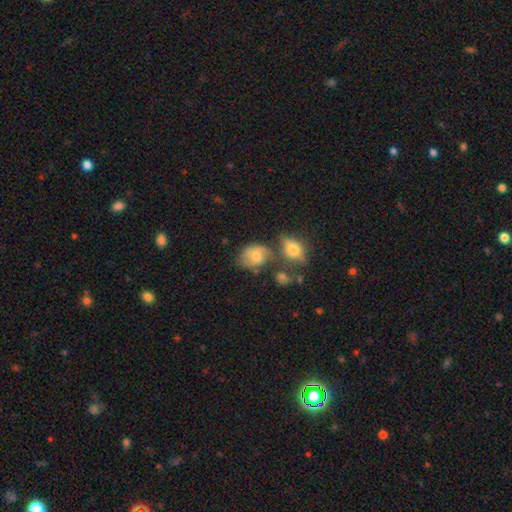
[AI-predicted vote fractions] smooth 47%, featured or disk 44%, star or artifact 10%. Down the decision tree: merging — none (42%).